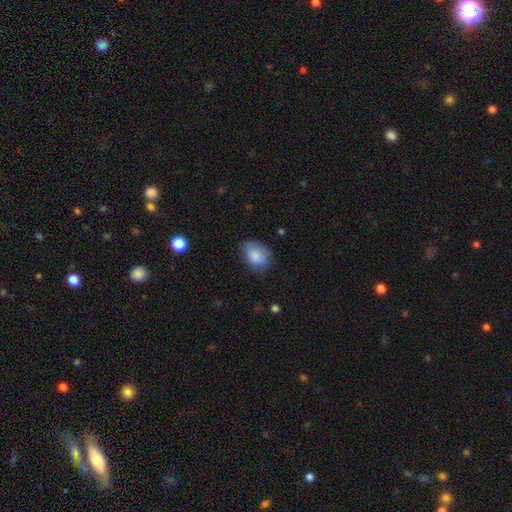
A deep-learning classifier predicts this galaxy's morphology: smooth_or_featured: smooth (p=0.84) [alt: featured or disk p=0.09]
how_rounded: in between (p=0.69) [alt: round p=0.30]
merging: none (p=0.66) [alt: minor disturbance p=0.26]